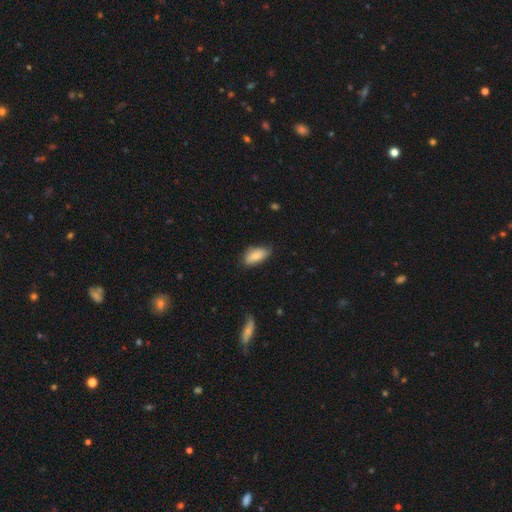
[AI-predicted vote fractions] This is likely a smooth galaxy (79%). How rounded: clearly in between (90%). Merging: likely none (63%).